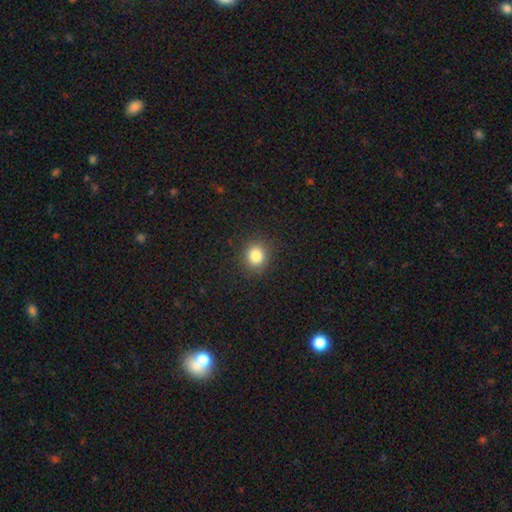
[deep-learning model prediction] A smooth galaxy with no disk features (84%) that is round (84%). Merging: none (90%).